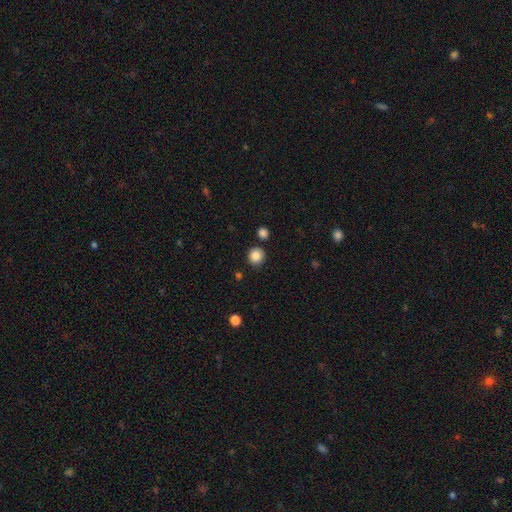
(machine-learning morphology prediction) This is clearly a smooth galaxy (86%). How rounded: clearly round (89%). Merging: clearly none (86%).